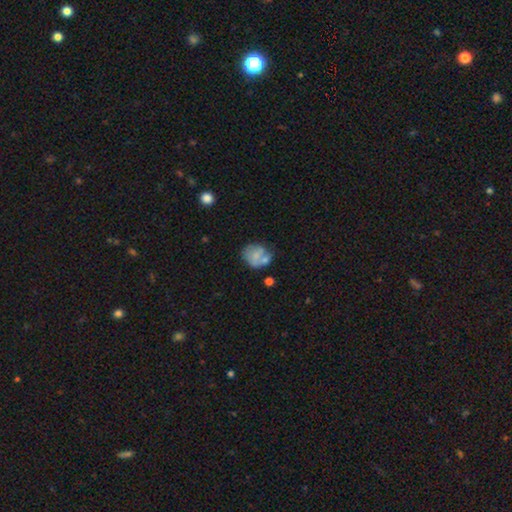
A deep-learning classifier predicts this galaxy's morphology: Overall: smooth (56%; featured or disk 36%). How rounded: round (60%; in between 39%). Merging: none (40%; merger 26%).